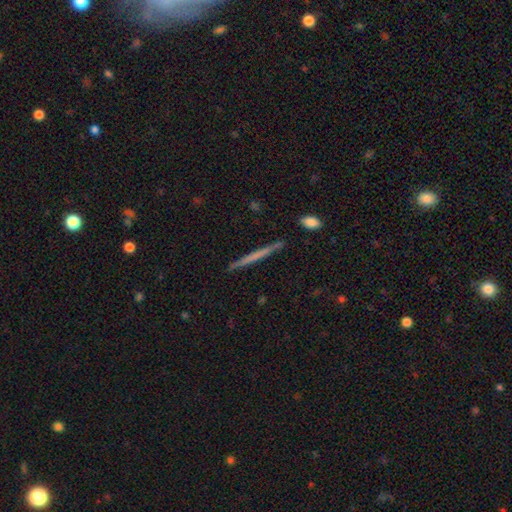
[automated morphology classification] The model was most divided on "smooth or featured": smooth: 48%, featured or disk: 46%, star or artifact: 6%. More confident: merging — none (91%).